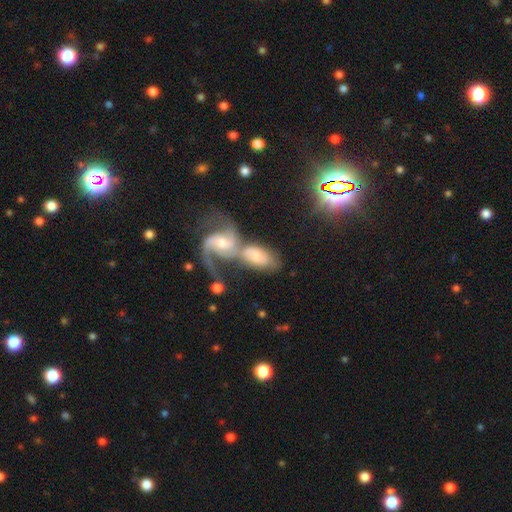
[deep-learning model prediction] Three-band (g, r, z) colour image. It shows a featured or disk galaxy (56%) with no bar (53%), spiral arms (86%) and a moderate central bulge (50%). Merging: merger (71%).